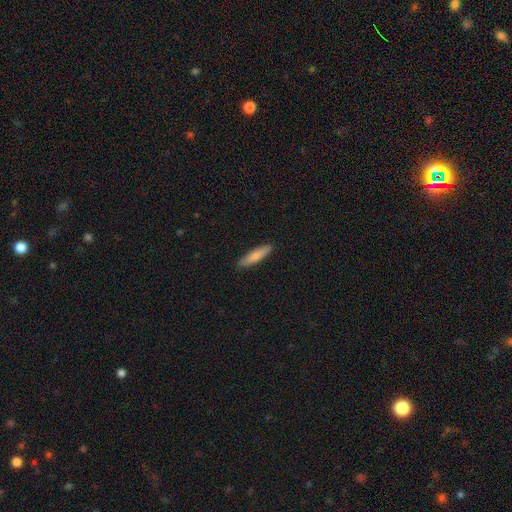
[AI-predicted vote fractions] This appears to be a smooth galaxy with no disk features (79%) that is cigar-shaped (73%). Merging: none (90%).